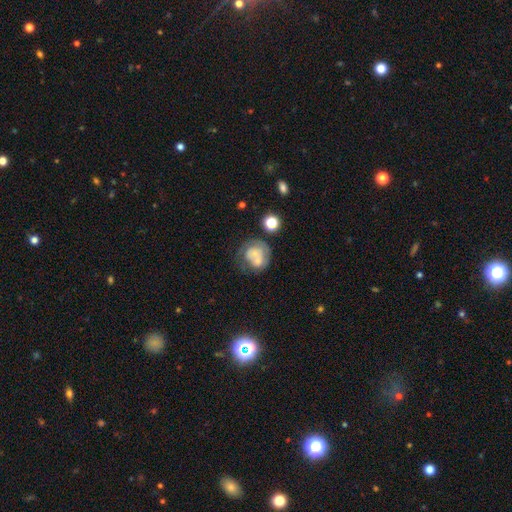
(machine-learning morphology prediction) A smooth galaxy with no disk features (51%) that is round (72%). Merging: none (39%).